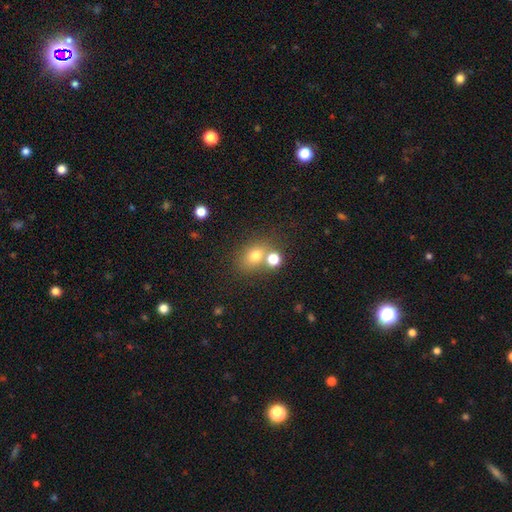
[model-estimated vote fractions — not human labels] Morphology: type=smooth (73%); roundness=round (50%); merging=none (57%).